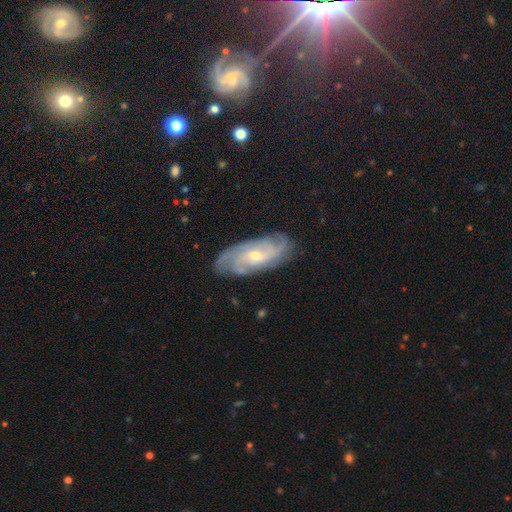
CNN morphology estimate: Smooth or featured? Predicted: featured or disk (p=0.84). Edge-on disk? Predicted: no (p=0.92). Bar? Predicted: no (p=0.56). Spiral arms? Predicted: yes (p=0.97). Spiral winding? Predicted: tight (p=0.58). Spiral arm count? Predicted: can't tell (p=0.27). Bulge size? Predicted: small (p=0.63). Merging? Predicted: none (p=0.80).